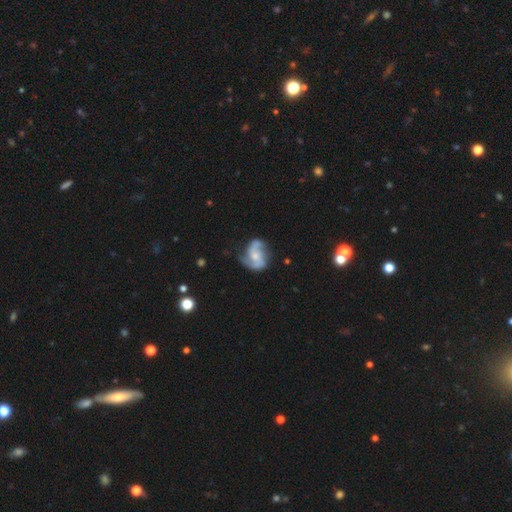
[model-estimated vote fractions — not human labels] This is clearly a featured or disk galaxy (82%). It is clearly not viewed edge-on (98%). Bar: possibly no (57%). Spiral arm pattern: clearly yes (95%). Spiral arm count: clearly 2 (83%). Spiral winding: possibly medium (48%). Central bulge: marginally small (43%, tied with moderate). Merging: likely none (61%).